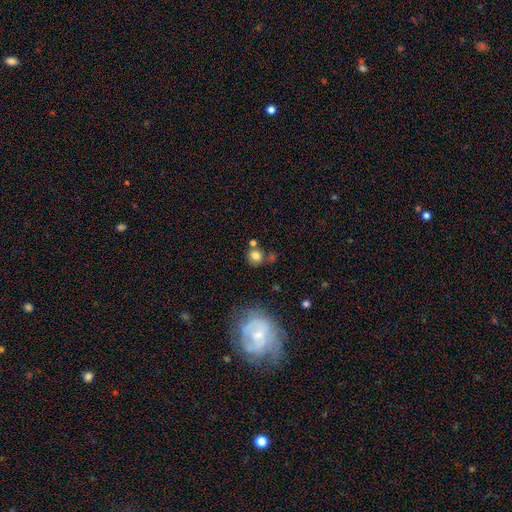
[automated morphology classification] Overall: smooth (78%). How rounded: round (73%). Merging: none (59%; merger 19%).